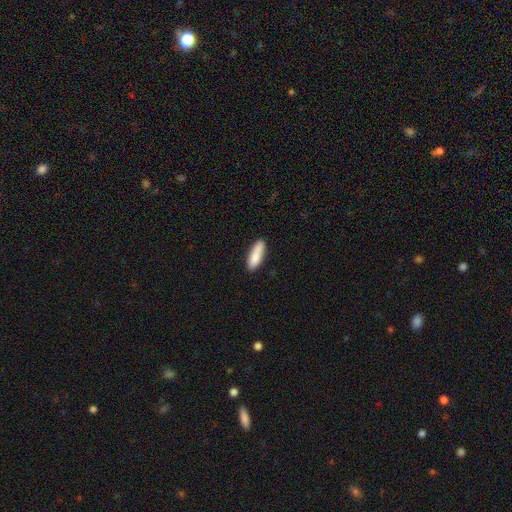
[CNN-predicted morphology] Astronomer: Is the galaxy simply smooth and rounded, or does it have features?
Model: smooth — 86%.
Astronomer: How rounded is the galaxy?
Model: cigar-shaped — 49%, tied with in between at 49%.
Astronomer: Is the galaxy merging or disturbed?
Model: none — 82%.